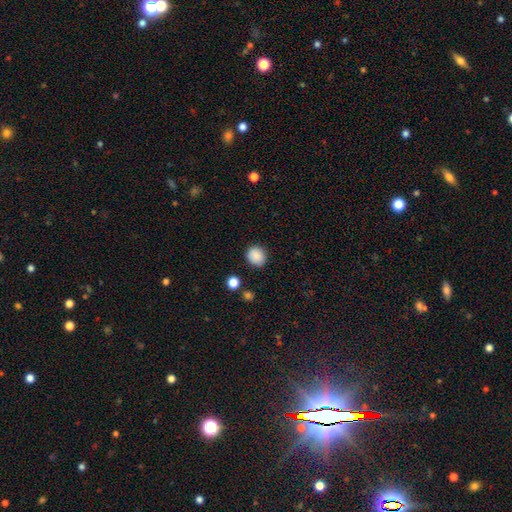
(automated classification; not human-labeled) Smooth or featured: smooth — 87% (star or artifact — 9%)
How rounded: round — 77% (in between — 22%)
Merging: none — 84% (minor disturbance — 11%)